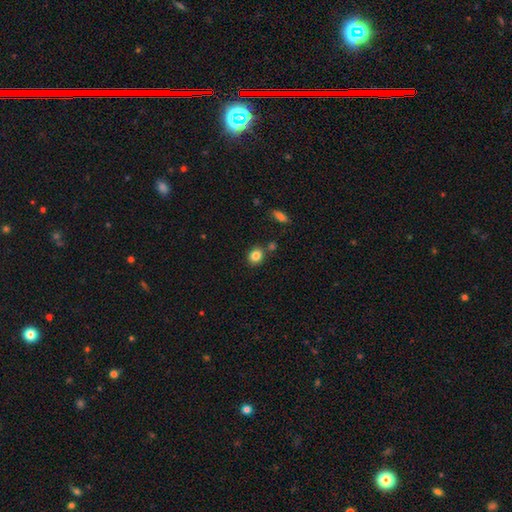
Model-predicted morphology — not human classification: This is clearly a smooth galaxy (84%). How rounded: likely round (73%). Merging: likely none (78%).